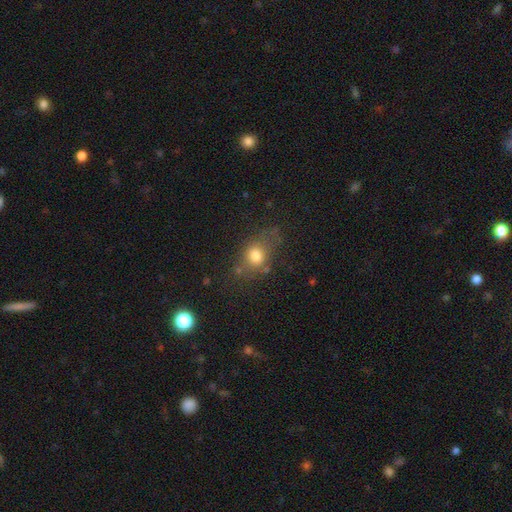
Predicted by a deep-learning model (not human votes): Q: Smooth or featured?
A: smooth (76%); runner-up: featured or disk (12%)
Q: How rounded?
A: in between (52%); runner-up: round (45%)
Q: Merging?
A: none (57%); runner-up: minor disturbance (24%)